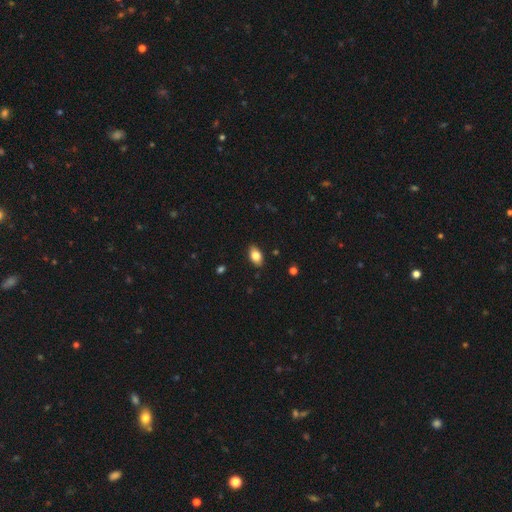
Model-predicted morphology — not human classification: smooth-or-featured: smooth: 82% | featured or disk: 10% | star or artifact: 8%
  how-rounded: in between: 90% | round: 7% | cigar-shaped: 3%
  merging: none: 87% | minor disturbance: 10% | major disturbance: 2% | merger: 1%